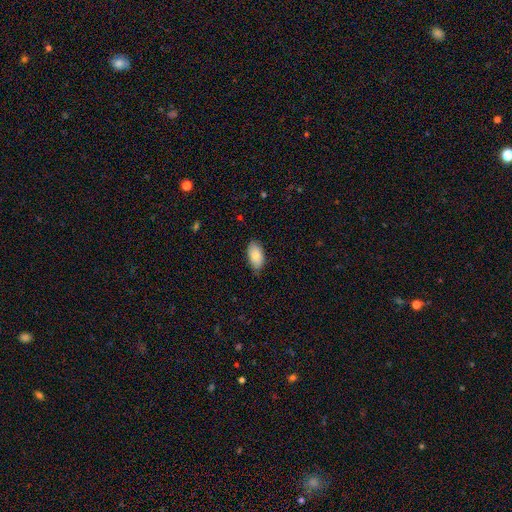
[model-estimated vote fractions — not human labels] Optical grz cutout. It shows a smooth galaxy with no disk features (83%) that is in between round and cigar-shaped (94%). Merging: none (76%).